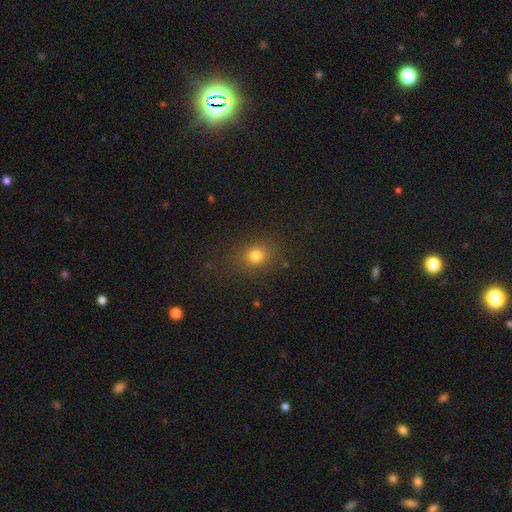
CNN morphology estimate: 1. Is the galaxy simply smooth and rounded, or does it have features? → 77% smooth, 16% star or artifact, 7% featured or disk.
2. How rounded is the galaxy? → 64% round, 35% in between, 1% cigar-shaped.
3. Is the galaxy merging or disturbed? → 83% none, 11% minor disturbance, 5% major disturbance, 2% merger.